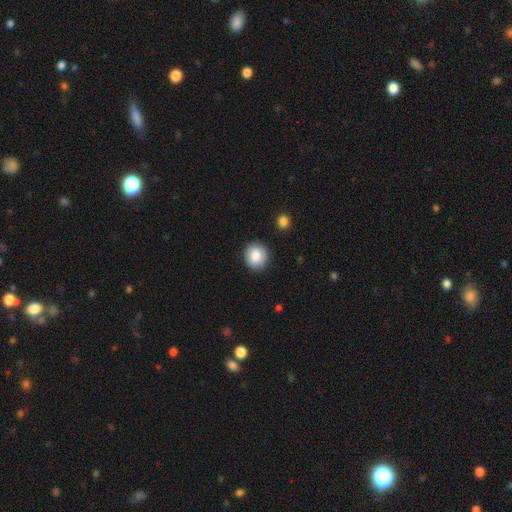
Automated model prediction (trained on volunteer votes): Smooth or featured? smooth (81%)
How rounded? round (81%)
Merging? none (89%)